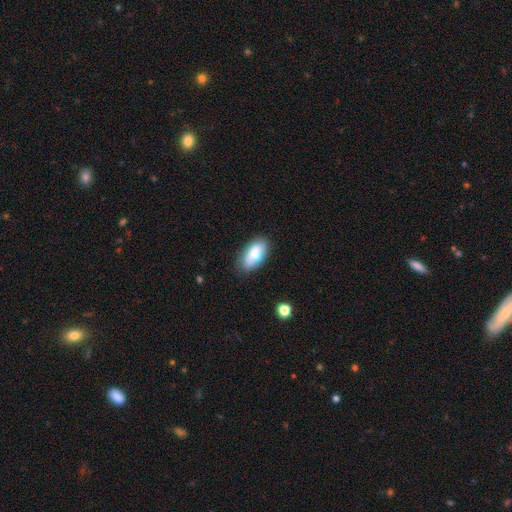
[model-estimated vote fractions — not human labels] smooth-or-featured: smooth: 73% | featured or disk: 19% | star or artifact: 7%
  how-rounded: in between: 92% | cigar-shaped: 5% | round: 3%
  merging: none: 70% | minor disturbance: 21% | major disturbance: 5% | merger: 4%